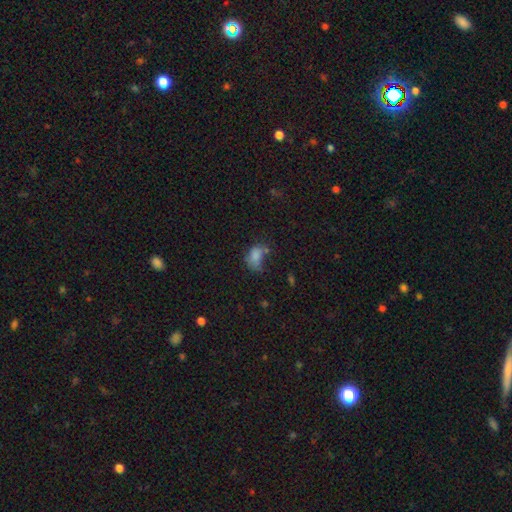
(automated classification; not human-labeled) This appears to be a smooth galaxy with no disk features (73%) that is in between round and cigar-shaped (79%). Merging: none (33%).